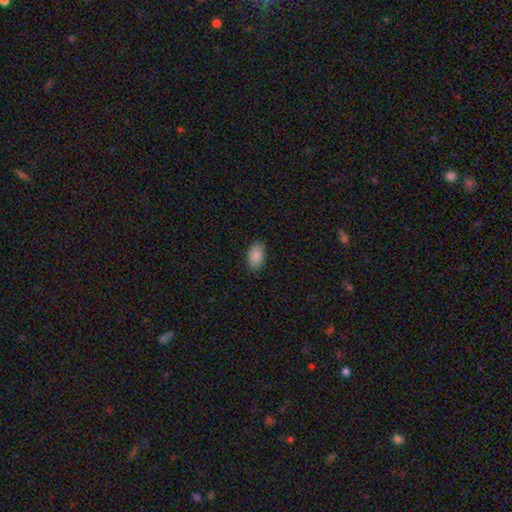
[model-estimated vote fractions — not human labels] A smooth galaxy with no disk features (87%) that is in between round and cigar-shaped (92%). Merging: none (87%).